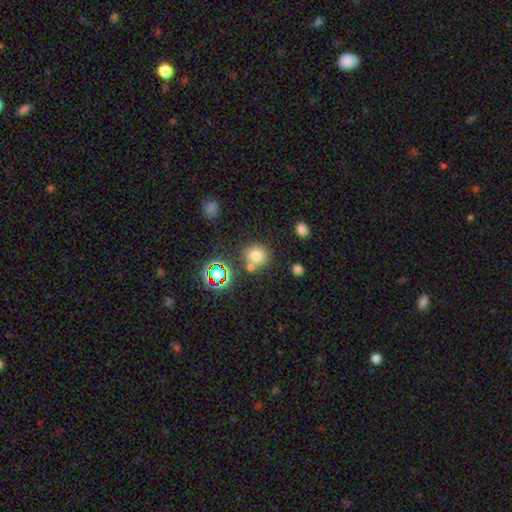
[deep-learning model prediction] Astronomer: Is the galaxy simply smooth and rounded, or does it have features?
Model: smooth — 72%.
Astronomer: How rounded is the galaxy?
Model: round — 87%.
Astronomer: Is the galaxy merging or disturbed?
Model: none — 66%.